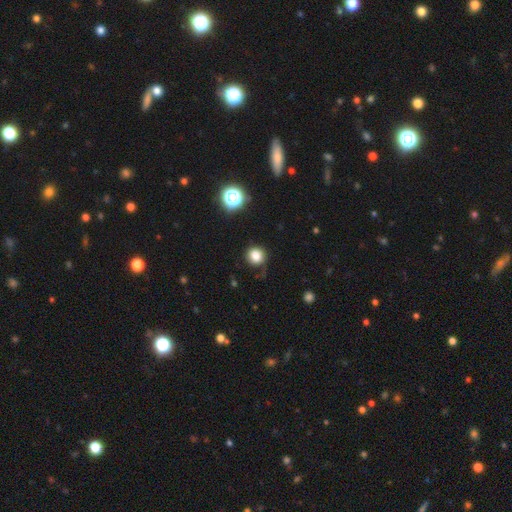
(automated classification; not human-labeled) Morphology: type=smooth (82%); roundness=round (90%); merging=none (81%).